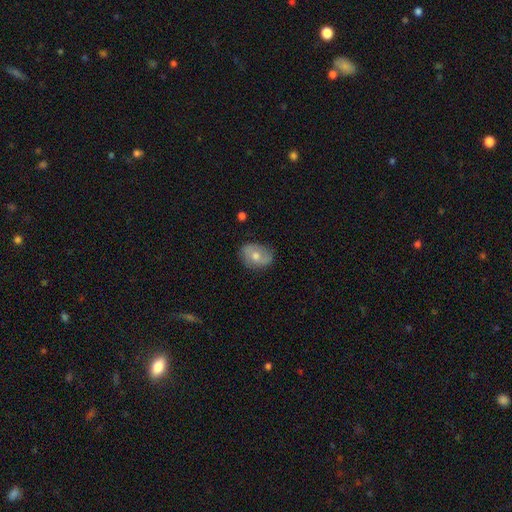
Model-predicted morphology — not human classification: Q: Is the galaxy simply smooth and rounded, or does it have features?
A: smooth — 47%.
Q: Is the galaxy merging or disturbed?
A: none — 81%.